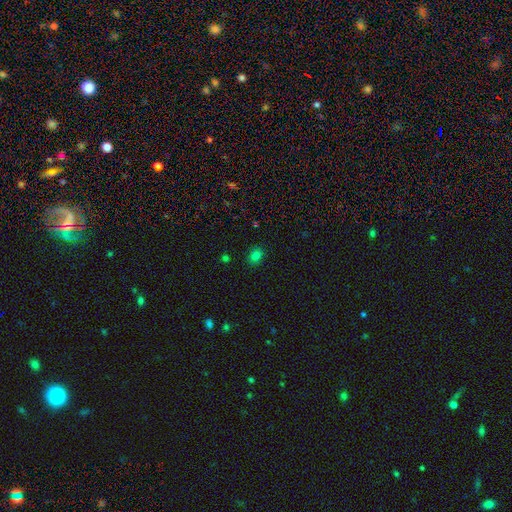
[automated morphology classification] This appears to be a smooth galaxy with no disk features (78%) that is in between round and cigar-shaped (53%). Merging: none (87%).